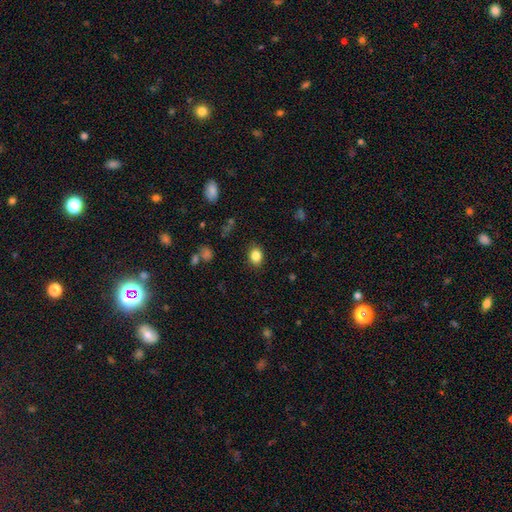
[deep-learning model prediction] Smooth or featured?
  - smooth: 84% *
  - star or artifact: 10%
  - featured or disk: 6%
How rounded?
  - in between: 53% *
  - round: 46%
  - cigar-shaped: 1%
Merging?
  - none: 87% *
  - minor disturbance: 9%
  - major disturbance: 3%
  - merger: 1%